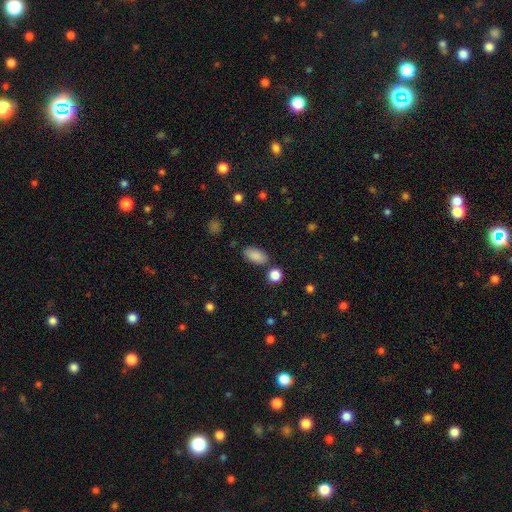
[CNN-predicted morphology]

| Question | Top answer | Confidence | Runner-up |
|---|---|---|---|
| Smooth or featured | smooth | 87% | star or artifact (8%) |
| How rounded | in between | 92% | cigar-shaped (4%) |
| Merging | none | 80% | minor disturbance (11%) |